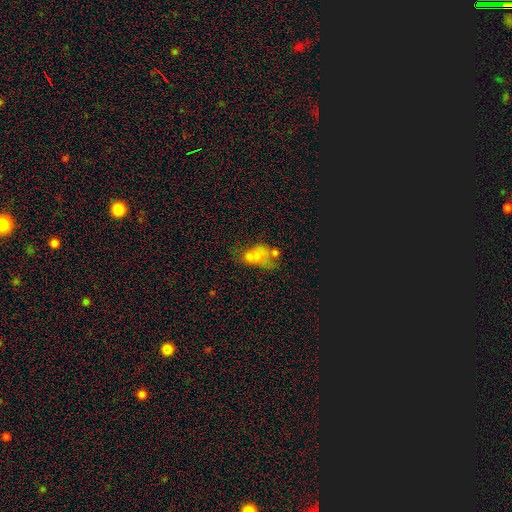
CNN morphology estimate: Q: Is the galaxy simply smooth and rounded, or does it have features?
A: smooth — 55%.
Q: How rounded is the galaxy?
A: in between — 80%.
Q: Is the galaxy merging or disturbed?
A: merger — 46%.